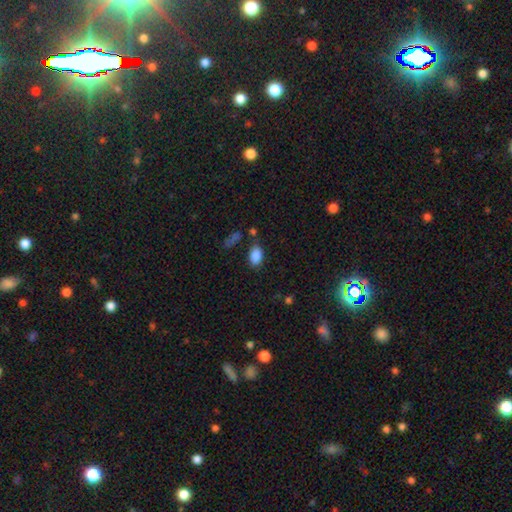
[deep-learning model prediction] Smooth or featured?
  - smooth: 86% *
  - star or artifact: 9%
  - featured or disk: 5%
How rounded?
  - in between: 90% *
  - round: 8%
  - cigar-shaped: 2%
Merging?
  - none: 72% *
  - minor disturbance: 16%
  - merger: 8%
  - major disturbance: 5%